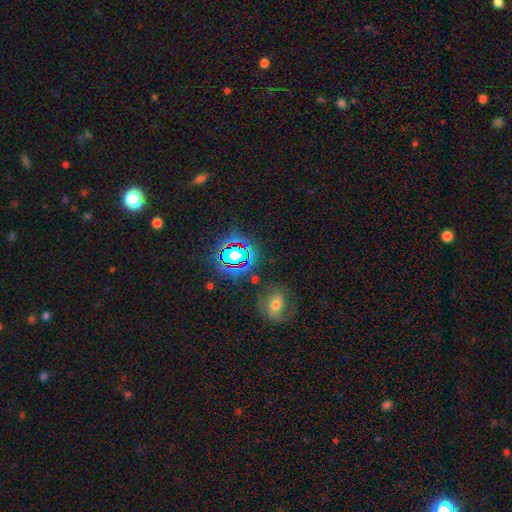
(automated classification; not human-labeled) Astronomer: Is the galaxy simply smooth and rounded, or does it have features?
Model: star or artifact — 65%.